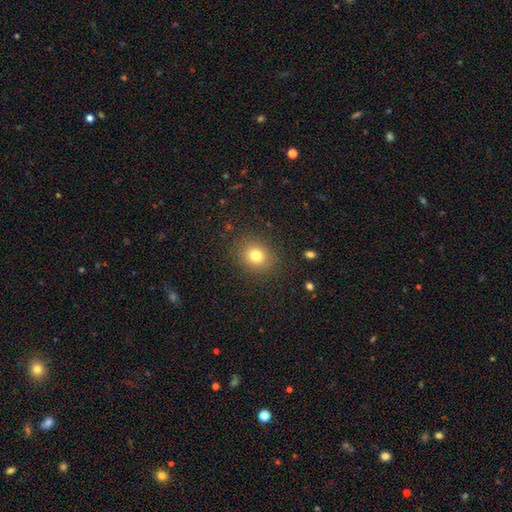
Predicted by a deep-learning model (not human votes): Smooth or featured: smooth — 78% (star or artifact — 13%)
How rounded: round — 73% (in between — 27%)
Merging: none — 87% (minor disturbance — 9%)